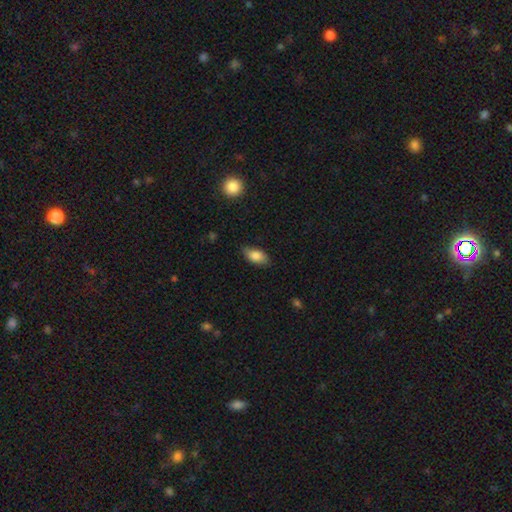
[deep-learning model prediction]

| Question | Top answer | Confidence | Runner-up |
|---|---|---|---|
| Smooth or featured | smooth | 81% | featured or disk (12%) |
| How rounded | in between | 89% | cigar-shaped (6%) |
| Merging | none | 77% | minor disturbance (18%) |